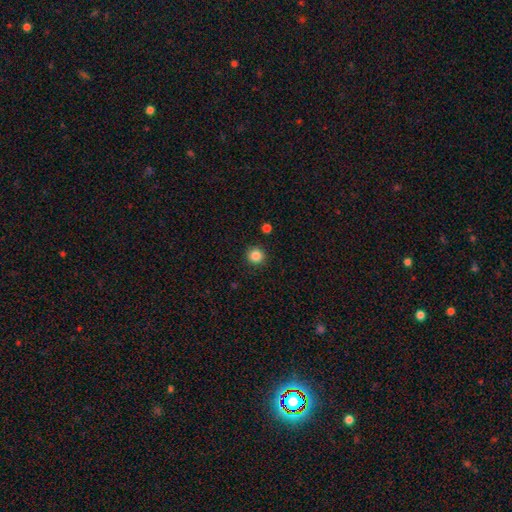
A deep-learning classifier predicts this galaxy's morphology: Smooth or featured?
  - smooth: 85% *
  - star or artifact: 11%
  - featured or disk: 4%
How rounded?
  - round: 95% *
  - in between: 4%
  - cigar-shaped: 1%
Merging?
  - none: 92% *
  - minor disturbance: 5%
  - major disturbance: 2%
  - merger: 2%